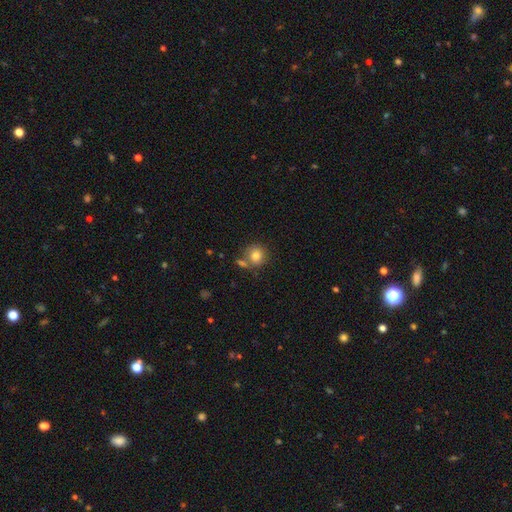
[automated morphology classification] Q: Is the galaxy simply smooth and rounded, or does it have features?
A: smooth — 81%.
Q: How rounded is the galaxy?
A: round — 85%.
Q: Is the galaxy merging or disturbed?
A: none — 64%.